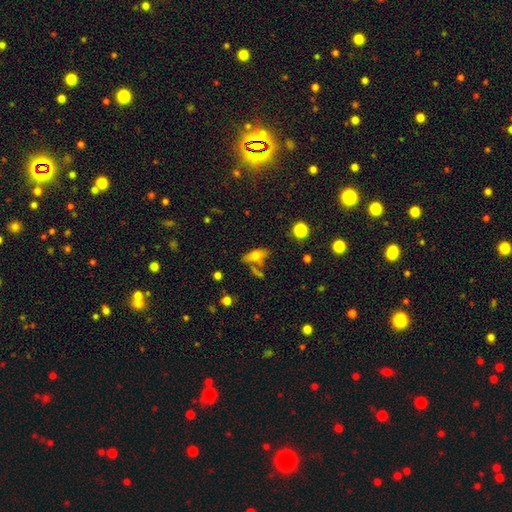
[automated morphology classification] smooth-or-featured: smooth: 60% | featured or disk: 28% | star or artifact: 11%
  how-rounded: in between: 67% | cigar-shaped: 27% | round: 6%
  merging: none: 56% | merger: 18% | minor disturbance: 18% | major disturbance: 9%